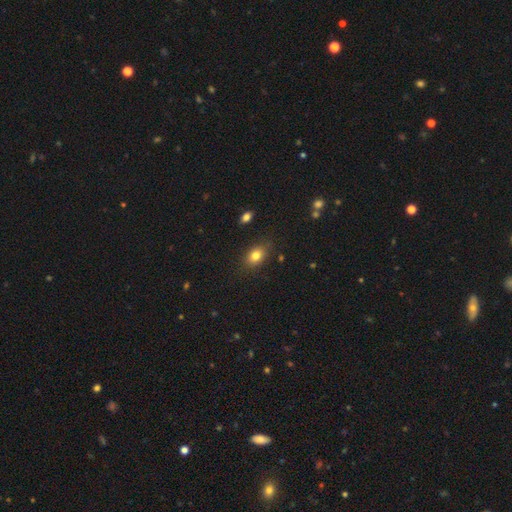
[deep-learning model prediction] Smooth or featured: smooth — 81% (star or artifact — 10%)
How rounded: in between — 74% (round — 24%)
Merging: none — 82% (minor disturbance — 13%)